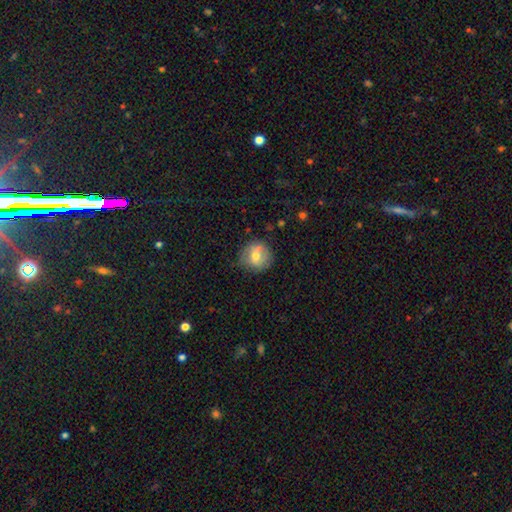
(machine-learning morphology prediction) type=smooth (60%); roundness=round (88%); merging=none (72%).